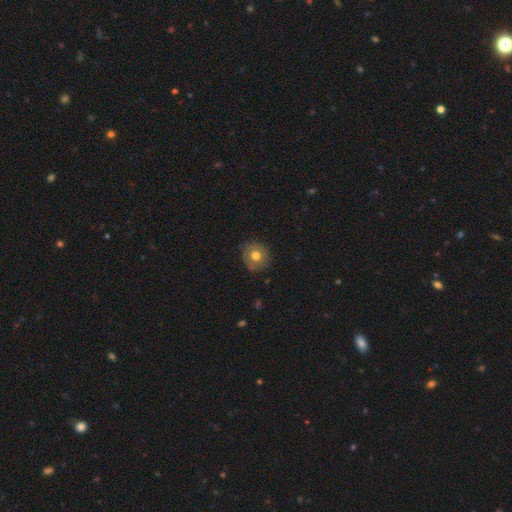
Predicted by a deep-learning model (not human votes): Smooth or featured?
  - smooth: 67% *
  - featured or disk: 23%
  - star or artifact: 9%
How rounded?
  - round: 84% *
  - in between: 15%
  - cigar-shaped: 1%
Merging?
  - none: 77% *
  - minor disturbance: 18%
  - major disturbance: 4%
  - merger: 1%